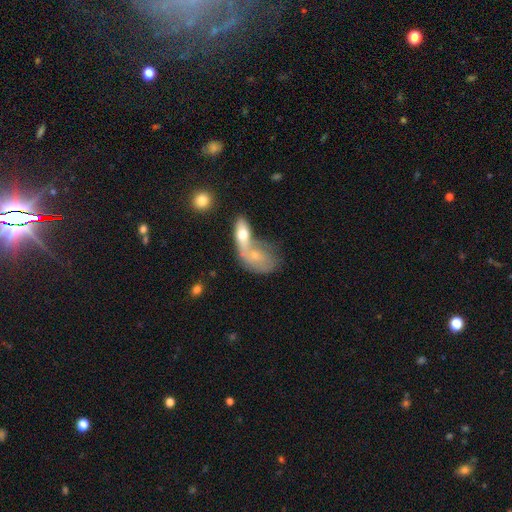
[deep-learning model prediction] Overall: smooth (55%; featured or disk 38%). How rounded: in between (79%). Merging: merger (66%).